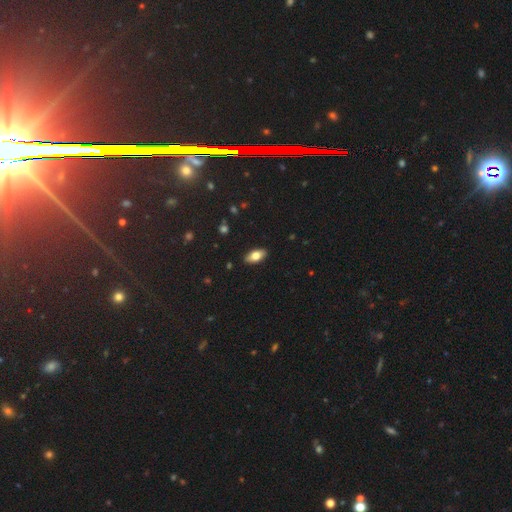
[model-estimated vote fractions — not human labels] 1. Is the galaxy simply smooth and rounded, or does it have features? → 74% smooth, 19% featured or disk, 7% star or artifact.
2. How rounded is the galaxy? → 89% in between, 7% cigar-shaped, 3% round.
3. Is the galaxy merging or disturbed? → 89% none, 8% minor disturbance, 2% major disturbance, 1% merger.